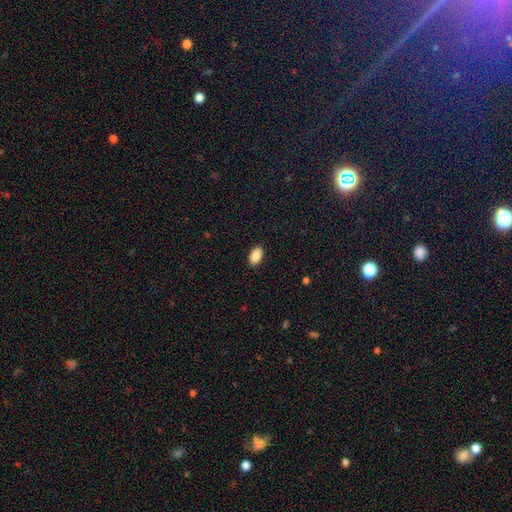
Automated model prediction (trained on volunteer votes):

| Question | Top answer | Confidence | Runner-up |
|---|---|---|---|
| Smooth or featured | smooth | 90% | star or artifact (7%) |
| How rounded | in between | 94% | round (4%) |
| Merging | none | 90% | minor disturbance (7%) |